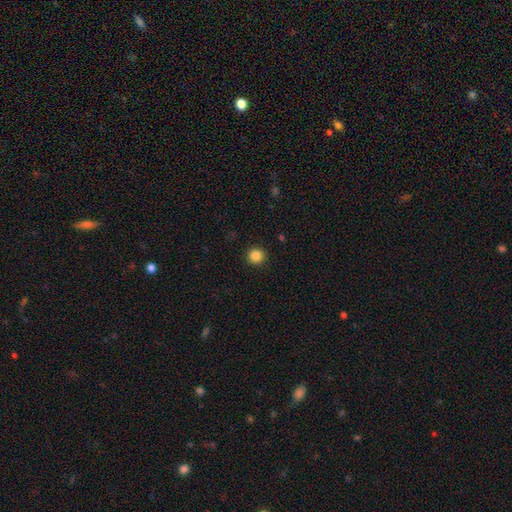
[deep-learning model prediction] This is clearly a smooth galaxy (85%). How rounded: clearly round (94%). Merging: clearly none (93%).